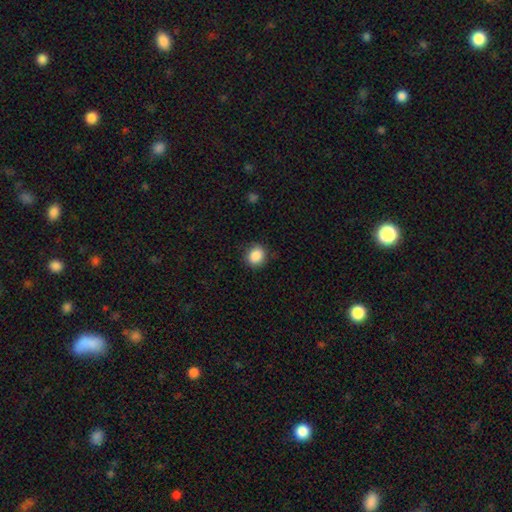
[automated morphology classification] The model was most divided on "how rounded": round: 73%, in between: 26%, cigar-shaped: 1%. More confident: smooth or featured — smooth (87%); merging — none (85%).